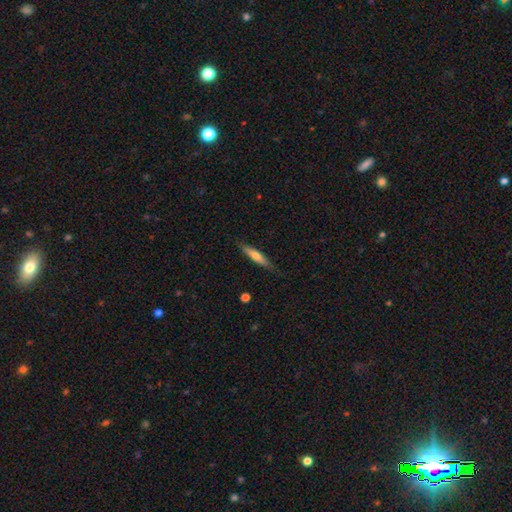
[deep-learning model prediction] A smooth galaxy with no disk features (60%) that is cigar-shaped (86%). Merging: none (80%).